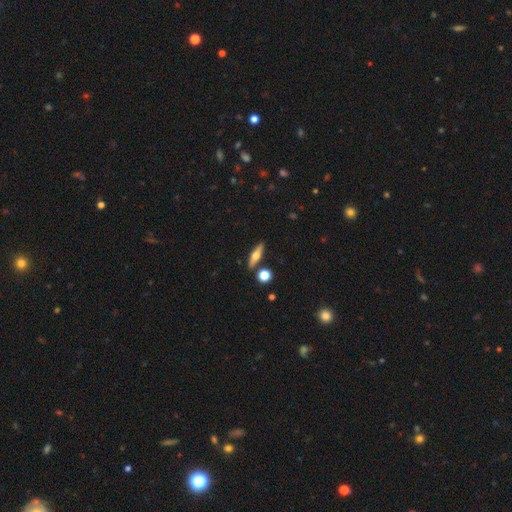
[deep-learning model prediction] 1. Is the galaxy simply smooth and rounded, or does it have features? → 51% featured or disk, 42% smooth, 7% star or artifact.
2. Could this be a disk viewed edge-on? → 92% yes, 8% no.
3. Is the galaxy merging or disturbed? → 84% none, 8% minor disturbance, 6% merger, 2% major disturbance.